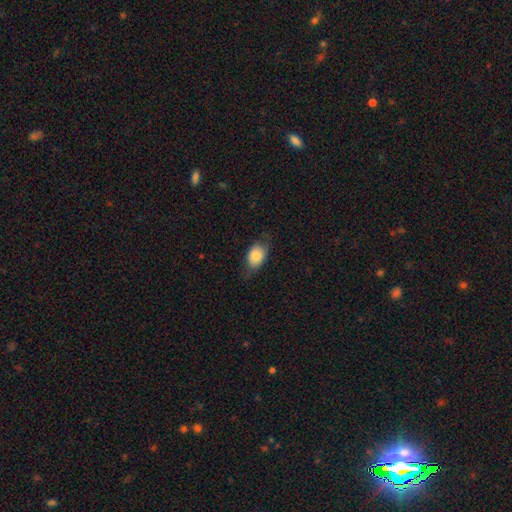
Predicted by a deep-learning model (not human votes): Overall: smooth (81%). How rounded: in between (77%). Merging: none (67%).